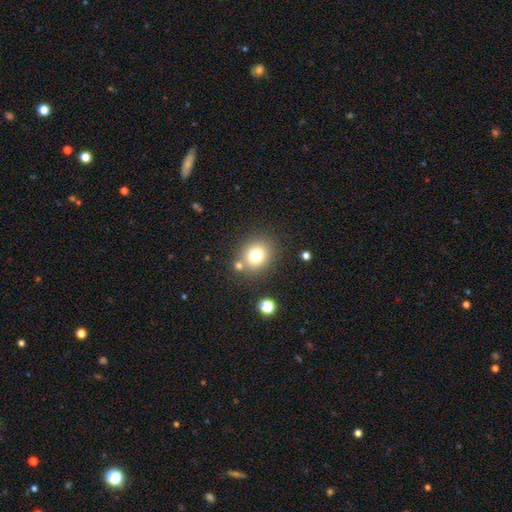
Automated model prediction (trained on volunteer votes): This is likely a smooth galaxy (76%). How rounded: likely round (75%). Merging: likely none (75%).